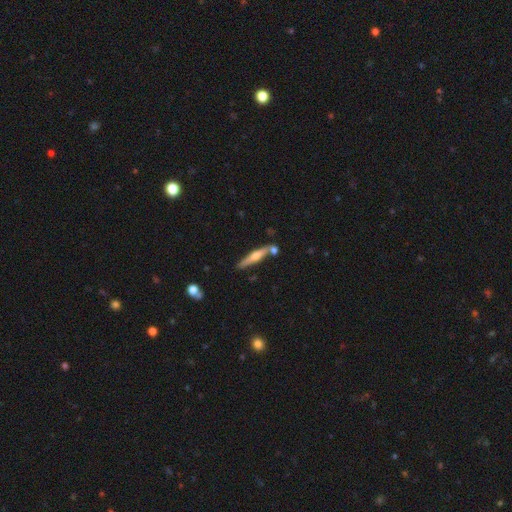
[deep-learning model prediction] Smooth or featured?
  - featured or disk: 58% *
  - smooth: 37%
  - star or artifact: 6%
Edge-on disk?
  - yes: 96% *
  - no: 4%
Edge-on bulge?
  - rounded: 84% *
  - boxy: 8%
  - none: 8%
Merging?
  - none: 75% *
  - minor disturbance: 11%
  - merger: 11%
  - major disturbance: 3%